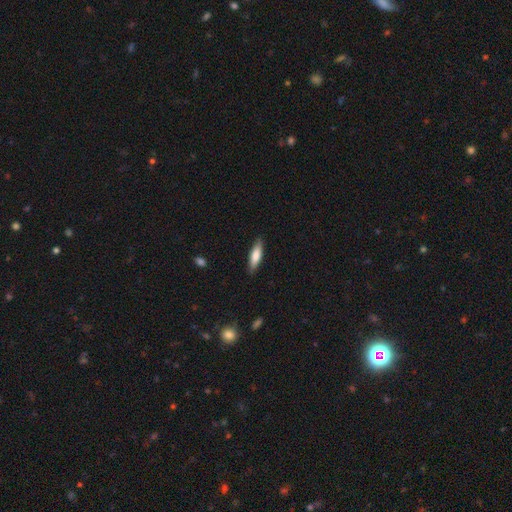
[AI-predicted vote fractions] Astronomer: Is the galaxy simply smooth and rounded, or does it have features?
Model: smooth — 75%.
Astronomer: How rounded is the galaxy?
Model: cigar-shaped — 64%.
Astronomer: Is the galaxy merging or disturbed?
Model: none — 87%.